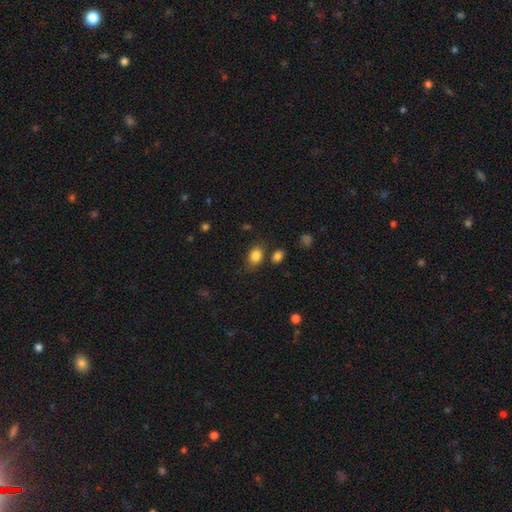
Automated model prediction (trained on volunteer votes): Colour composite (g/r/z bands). It shows a smooth galaxy with no disk features (85%) that is in between round and cigar-shaped (77%). Merging: none (76%).